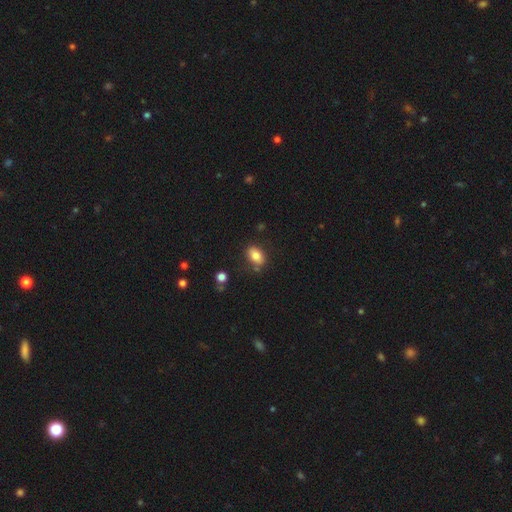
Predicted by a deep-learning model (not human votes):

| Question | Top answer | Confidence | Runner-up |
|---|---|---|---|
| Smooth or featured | smooth | 83% | star or artifact (9%) |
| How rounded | in between | 87% | round (10%) |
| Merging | none | 78% | minor disturbance (14%) |